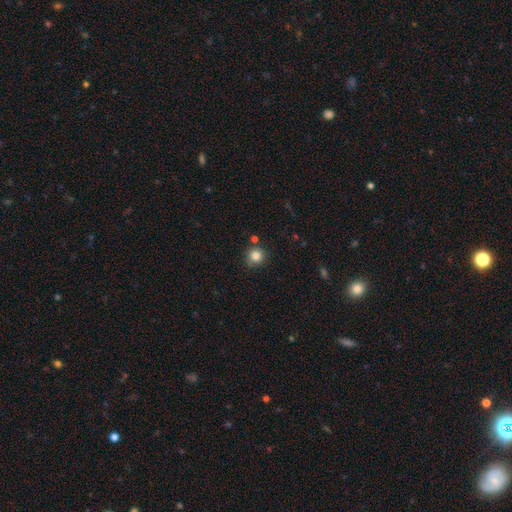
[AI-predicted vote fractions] smooth-or-featured: smooth: 82% | star or artifact: 11% | featured or disk: 6%
  how-rounded: round: 93% | in between: 6% | cigar-shaped: 1%
  merging: none: 82% | minor disturbance: 11% | merger: 5% | major disturbance: 3%